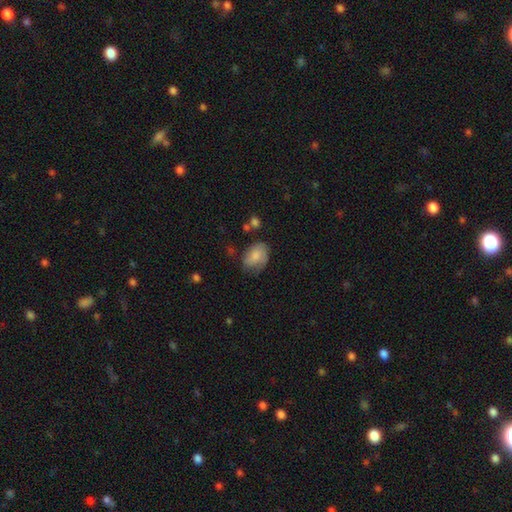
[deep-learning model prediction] Morphology: type=smooth (69%); roundness=in between (77%); merging=none (51%).